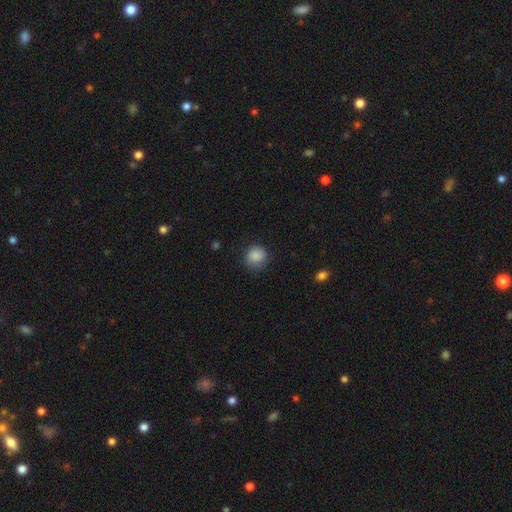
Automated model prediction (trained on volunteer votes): Q: Smooth or featured?
A: smooth (87%); runner-up: star or artifact (9%)
Q: How rounded?
A: round (84%); runner-up: in between (15%)
Q: Merging?
A: none (76%); runner-up: minor disturbance (18%)